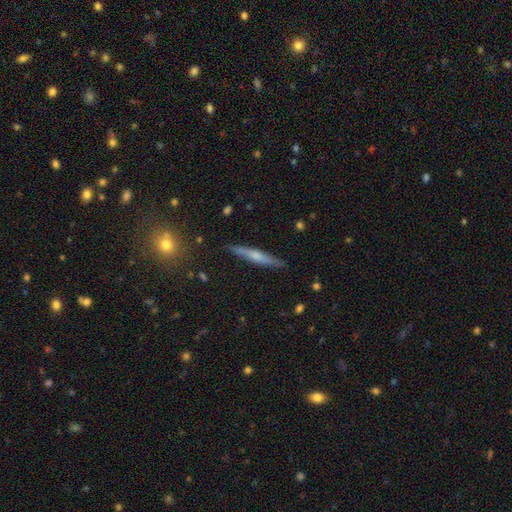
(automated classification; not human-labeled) A featured or disk galaxy (48%).

Vote fractions:
- Smooth or featured? featured or disk: 48% / smooth: 45% / star or artifact: 7%
- Merging? none: 86% / minor disturbance: 11% / major disturbance: 2% / merger: 2%